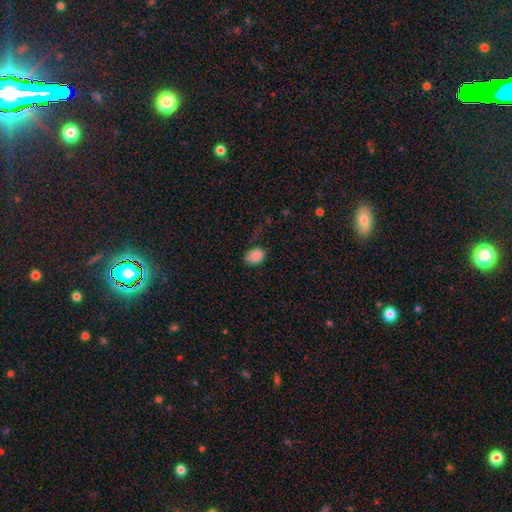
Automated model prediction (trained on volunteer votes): Smooth or featured? Predicted: smooth (p=0.85). How rounded? Predicted: in between (p=0.69). Merging? Predicted: none (p=0.69).